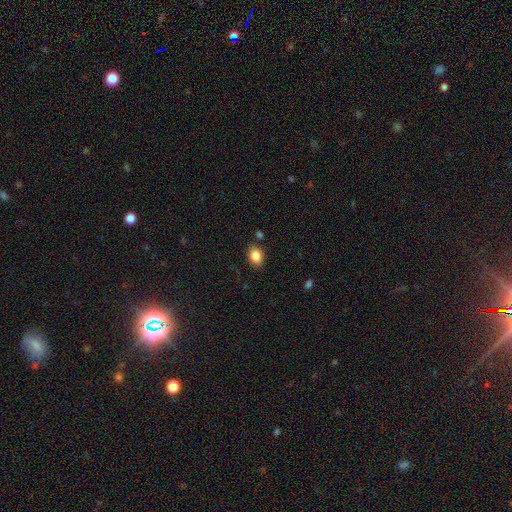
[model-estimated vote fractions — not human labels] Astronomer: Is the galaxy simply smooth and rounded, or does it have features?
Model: smooth — 86%.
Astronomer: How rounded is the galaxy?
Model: in between — 75%.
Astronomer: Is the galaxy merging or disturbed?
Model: none — 82%.